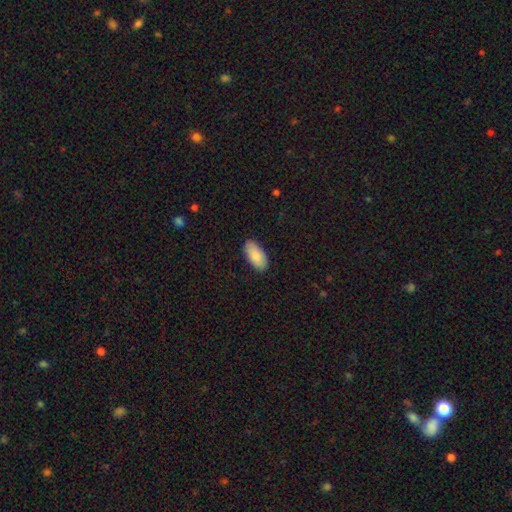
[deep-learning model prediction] This appears to be a smooth galaxy with no disk features (87%) that is in between round and cigar-shaped (95%). Merging: none (87%).